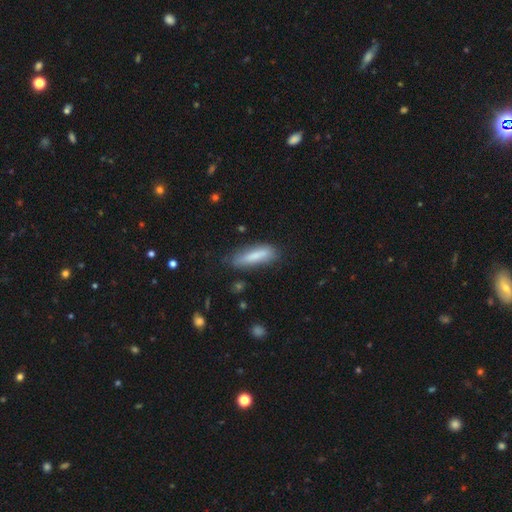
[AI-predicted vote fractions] Smooth or featured?
  - smooth: 77% *
  - featured or disk: 16%
  - star or artifact: 7%
How rounded?
  - cigar-shaped: 67% *
  - in between: 32%
  - round: 2%
Merging?
  - none: 71% *
  - minor disturbance: 21%
  - major disturbance: 5%
  - merger: 2%